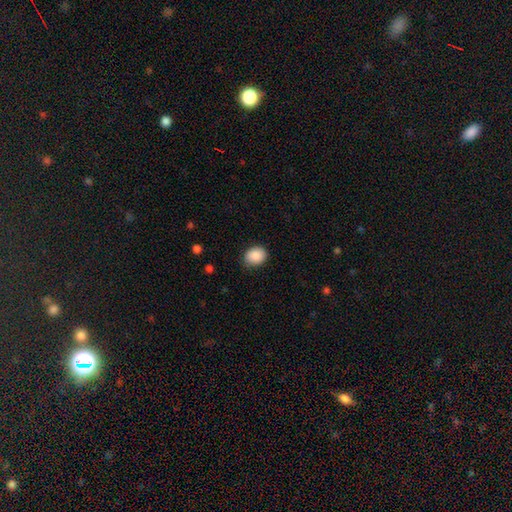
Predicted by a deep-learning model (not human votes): Smooth or featured? Predicted: smooth (p=0.88). How rounded? Predicted: in between (p=0.50). Merging? Predicted: none (p=0.82).